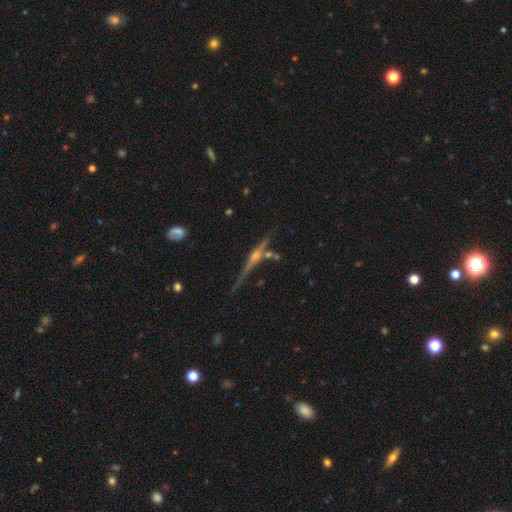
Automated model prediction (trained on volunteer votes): A featured or disk galaxy (81%) viewed edge-on (97%) with a rounded central bulge (86%). Merging: none (73%).